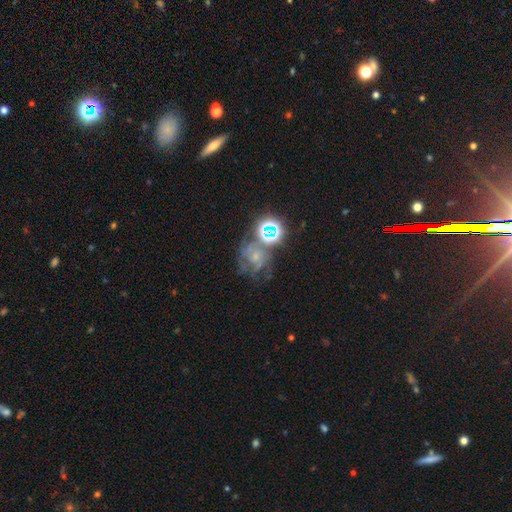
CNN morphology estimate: type=featured or disk (46%); merging=none (45%).